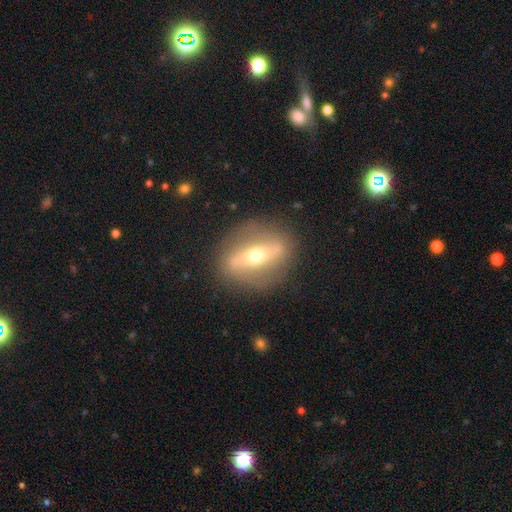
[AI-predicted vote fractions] smooth_or_featured: featured or disk (p=0.69) [alt: smooth p=0.24]
disk_edge_on: no (p=0.69) [alt: yes p=0.31]
merging: none (p=0.82) [alt: minor disturbance p=0.11]